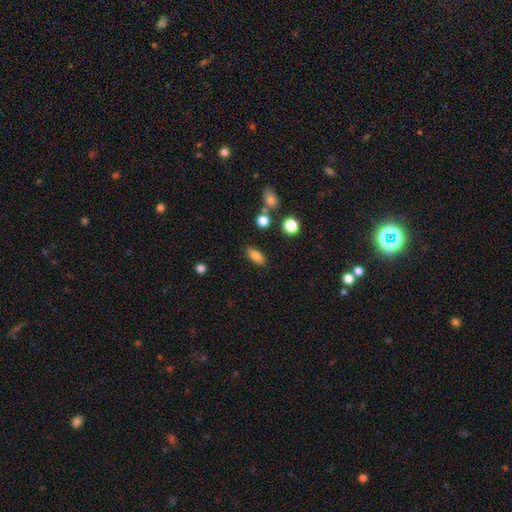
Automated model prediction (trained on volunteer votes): Smooth or featured? smooth (82%)
How rounded? in between (80%)
Merging? none (83%)